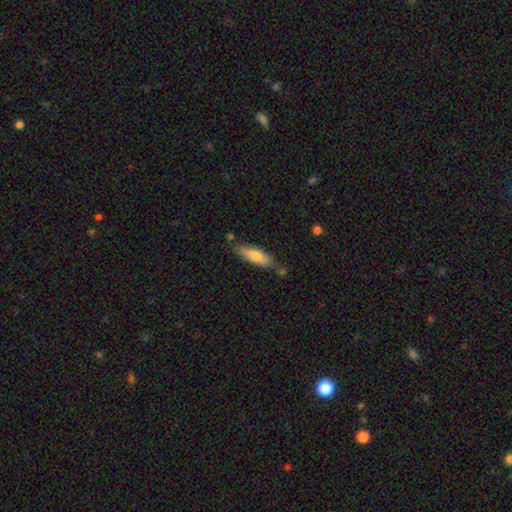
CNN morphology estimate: Overall: smooth (73%). How rounded: cigar-shaped (59%; in between 39%). Merging: none (71%).